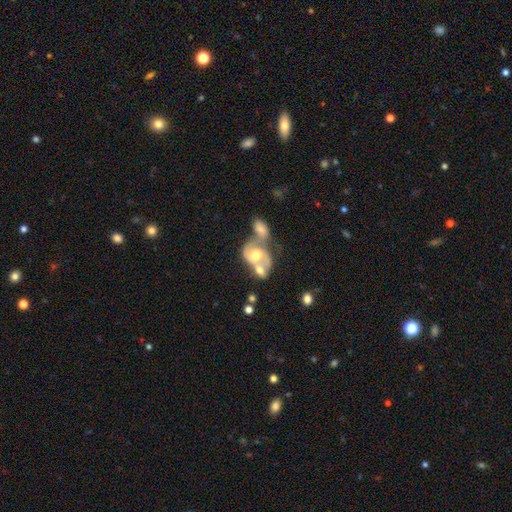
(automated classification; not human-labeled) Overall: featured or disk (65%; smooth 27%). Edge-on disk: no (97%). Bar: no (60%; weak 31%). Spiral arms: yes (74%). Bulge size: moderate (71%). Merging: merger (65%).